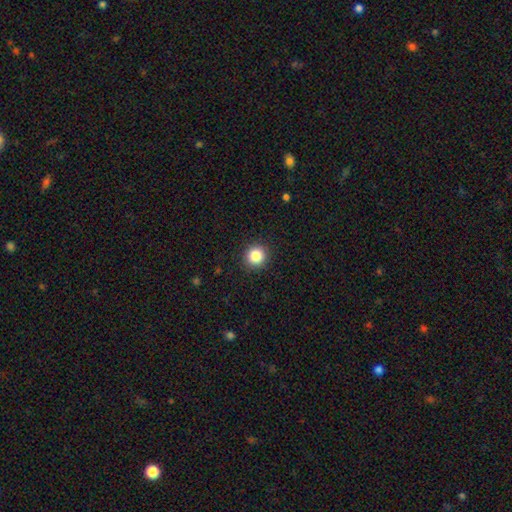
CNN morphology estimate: The model was most divided on "smooth or featured": smooth: 85%, star or artifact: 10%, featured or disk: 5%. More confident: how rounded — round (94%); merging — none (92%).